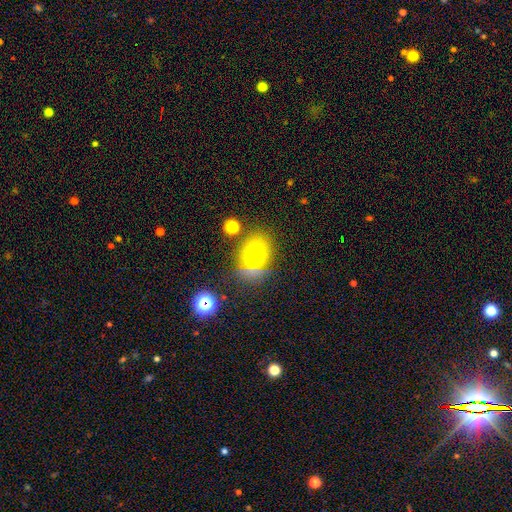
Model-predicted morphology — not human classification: smooth_or_featured: smooth (p=0.66) [alt: star or artifact p=0.19]
how_rounded: in between (p=0.55) [alt: round p=0.43]
merging: none (p=0.69) [alt: minor disturbance p=0.15]